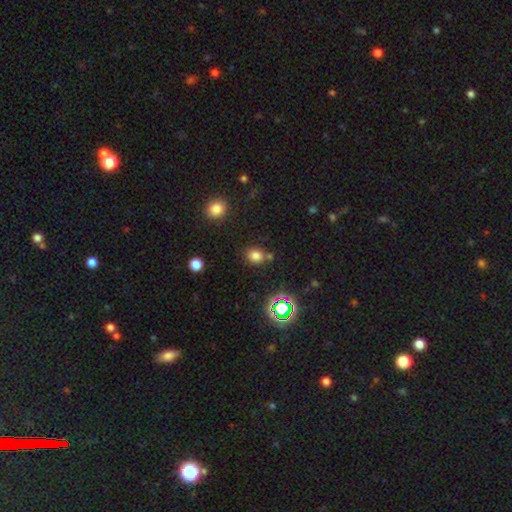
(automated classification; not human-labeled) Overall: smooth (74%). How rounded: round (61%; in between 38%). Merging: none (74%).